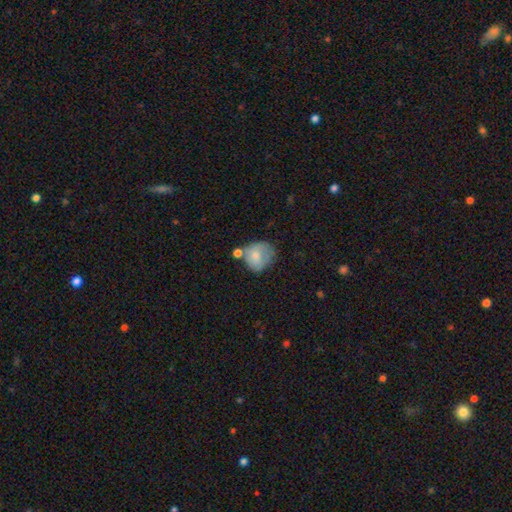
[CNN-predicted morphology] smooth-or-featured: smooth: 72% | featured or disk: 21% | star or artifact: 8%
  how-rounded: round: 73% | in between: 26% | cigar-shaped: 1%
  merging: none: 43% | minor disturbance: 28% | merger: 17% | major disturbance: 12%